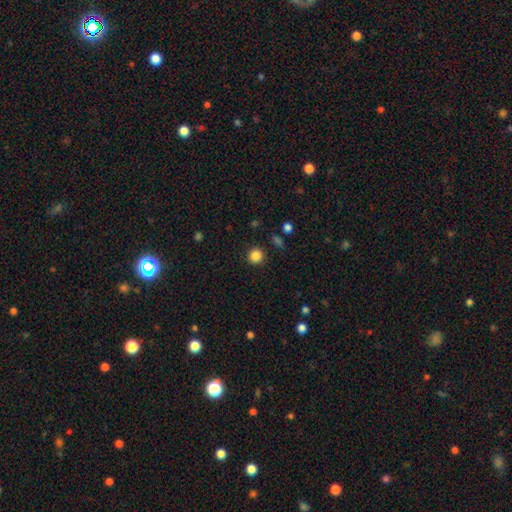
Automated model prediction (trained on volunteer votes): Smooth or featured?
  - smooth: 85% *
  - star or artifact: 11%
  - featured or disk: 4%
How rounded?
  - round: 93% *
  - in between: 6%
  - cigar-shaped: 1%
Merging?
  - none: 90% *
  - minor disturbance: 6%
  - major disturbance: 2%
  - merger: 2%